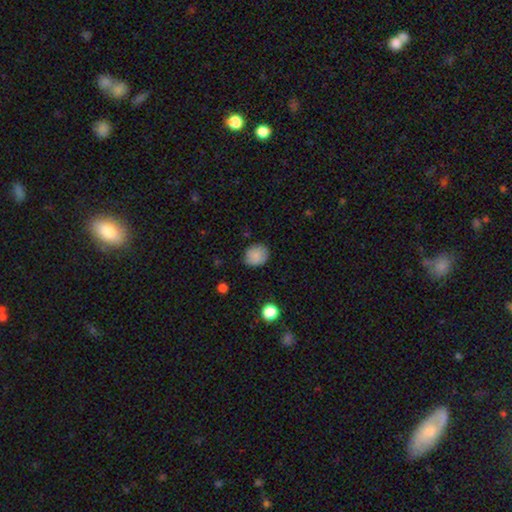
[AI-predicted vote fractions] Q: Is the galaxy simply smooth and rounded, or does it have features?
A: smooth — 86%.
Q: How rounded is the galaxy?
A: round — 74%.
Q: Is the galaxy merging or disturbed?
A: none — 81%.